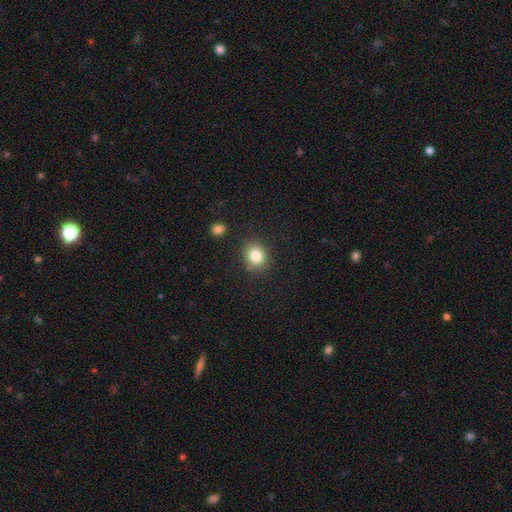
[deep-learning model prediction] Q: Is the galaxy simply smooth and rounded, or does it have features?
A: smooth — 83%.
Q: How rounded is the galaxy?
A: round — 66%.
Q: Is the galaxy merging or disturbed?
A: none — 84%.